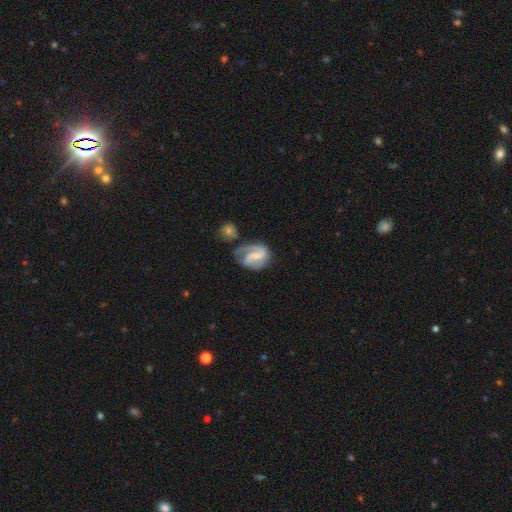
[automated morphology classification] A featured or disk galaxy (78%) with a weak bar (45%), 2 (72%) medium (47%) spiral arms (92%) and a small central bulge (53%). Merging: none (50%).